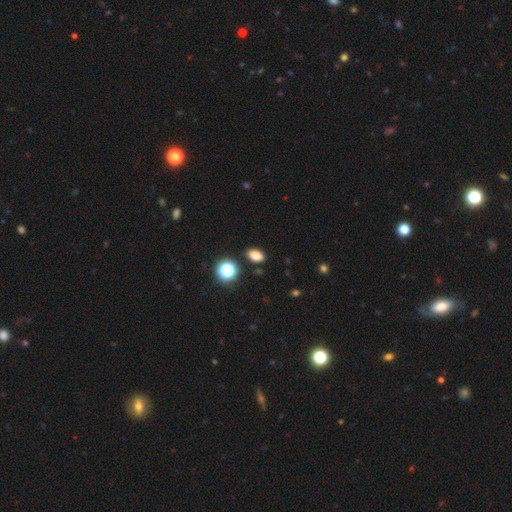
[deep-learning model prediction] smooth_or_featured: smooth (p=0.81) [alt: star or artifact p=0.15]
how_rounded: in between (p=0.84) [alt: round p=0.14]
merging: none (p=0.87) [alt: minor disturbance p=0.08]